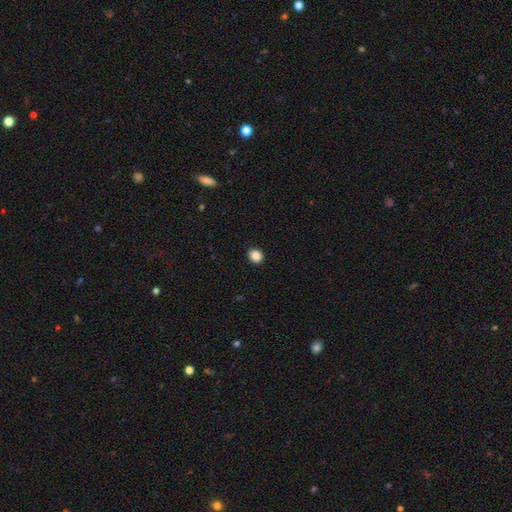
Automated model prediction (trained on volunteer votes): Q: Smooth or featured?
A: smooth (88%); runner-up: star or artifact (10%)
Q: How rounded?
A: round (63%); runner-up: in between (37%)
Q: Merging?
A: none (90%); runner-up: minor disturbance (7%)